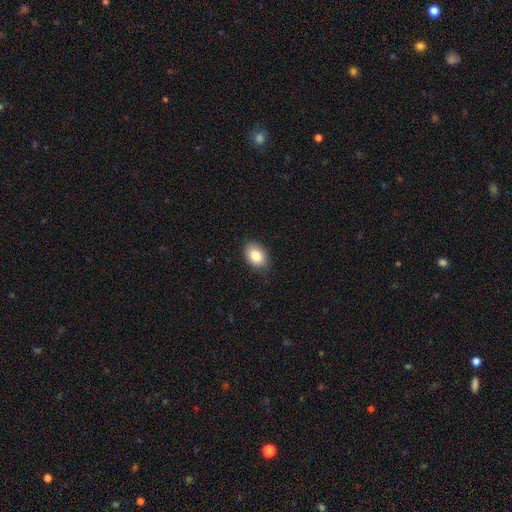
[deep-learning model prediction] Morphology: type=smooth (85%); roundness=in between (83%); merging=none (82%).